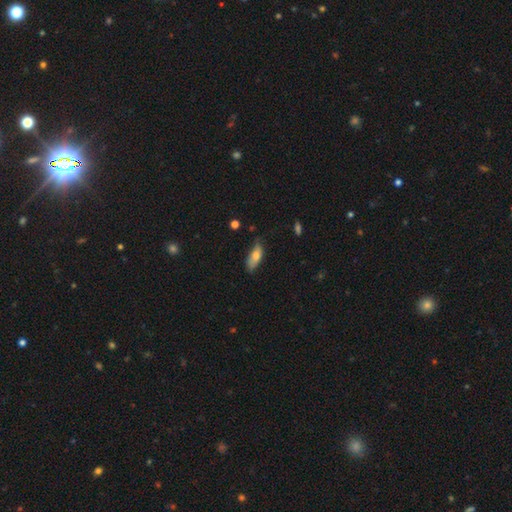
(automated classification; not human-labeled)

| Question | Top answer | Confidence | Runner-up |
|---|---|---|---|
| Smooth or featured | smooth | 72% | featured or disk (21%) |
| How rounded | in between | 76% | cigar-shaped (22%) |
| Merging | none | 54% | minor disturbance (36%) |